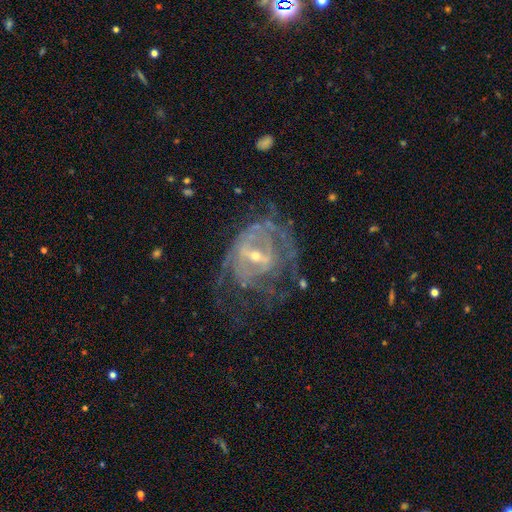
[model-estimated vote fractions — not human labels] Morphology: type=featured or disk (77%); edge-on=no (96%); bar=weak (49%); spiral arms=yes (71%); winding=tight (52%); arm count=can't tell (54%); bulge=small (62%); merging=none (47%).